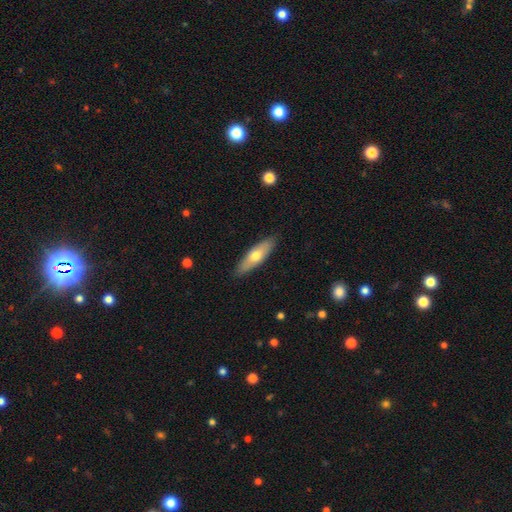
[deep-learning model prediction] A smooth galaxy with no disk features (58%) that is cigar-shaped (53%).

Vote fractions:
- Smooth or featured? smooth: 58% / featured or disk: 37% / star or artifact: 5%
- How rounded? cigar-shaped: 53% / in between: 45% / round: 2%
- Merging? none: 88% / minor disturbance: 9% / major disturbance: 2% / merger: 1%